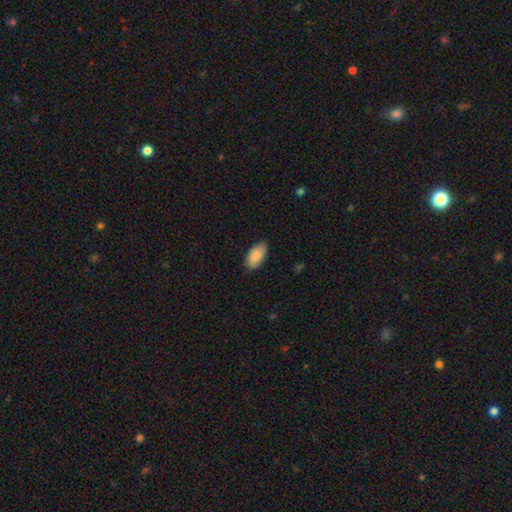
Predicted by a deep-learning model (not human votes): smooth_or_featured: smooth (p=0.88) [alt: star or artifact p=0.06]
how_rounded: in between (p=0.94) [alt: cigar-shaped p=0.03]
merging: none (p=0.80) [alt: minor disturbance p=0.16]